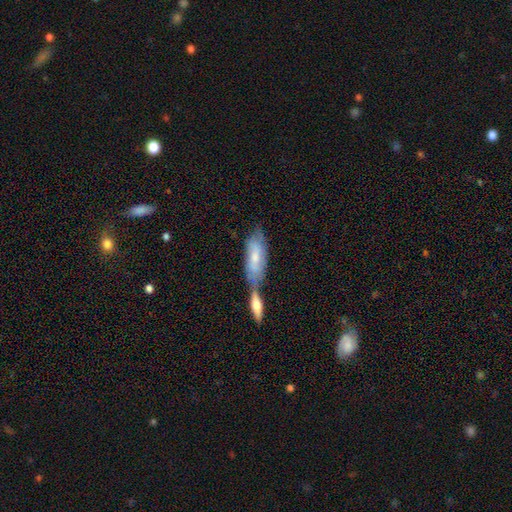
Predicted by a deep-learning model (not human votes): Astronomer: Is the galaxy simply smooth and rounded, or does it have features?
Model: smooth — 58% (runner-up: featured or disk, 36%).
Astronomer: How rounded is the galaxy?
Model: in between — 67%.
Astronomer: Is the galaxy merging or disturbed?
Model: merger — 46% (runner-up: none, 33%).